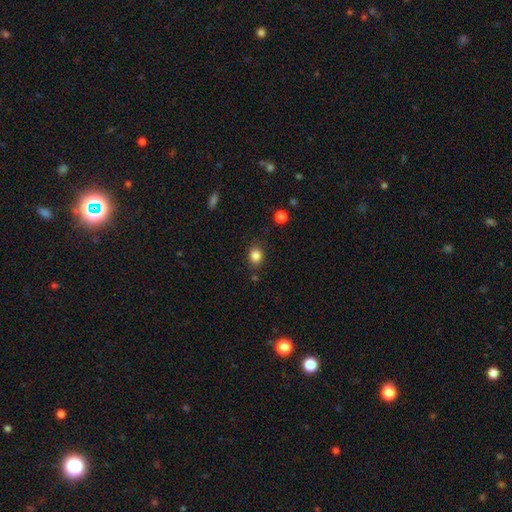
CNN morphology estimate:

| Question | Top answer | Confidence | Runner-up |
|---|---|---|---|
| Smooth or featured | smooth | 84% | star or artifact (11%) |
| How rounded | round | 63% | in between (36%) |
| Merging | none | 82% | minor disturbance (12%) |